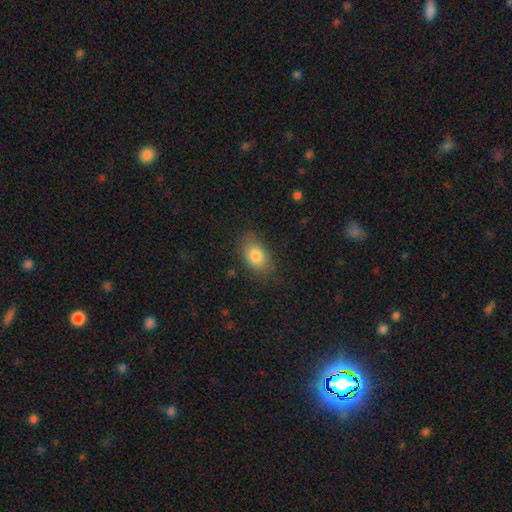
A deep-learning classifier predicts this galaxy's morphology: Smooth or featured: smooth — 82% (featured or disk — 9%)
How rounded: in between — 84% (round — 14%)
Merging: none — 75% (minor disturbance — 18%)